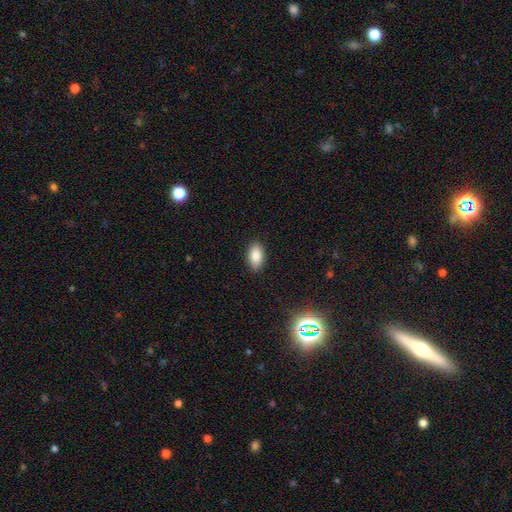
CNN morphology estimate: type=smooth (86%); roundness=in between (93%); merging=none (88%).